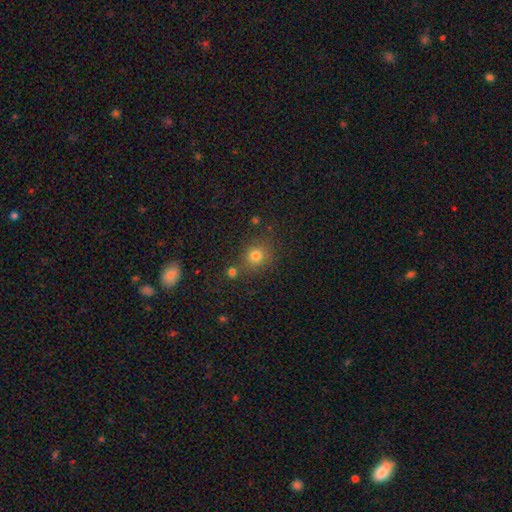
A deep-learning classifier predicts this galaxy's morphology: smooth-or-featured: smooth: 77% | star or artifact: 16% | featured or disk: 7%
  how-rounded: round: 86% | in between: 13% | cigar-shaped: 1%
  merging: none: 75% | merger: 11% | minor disturbance: 11% | major disturbance: 4%